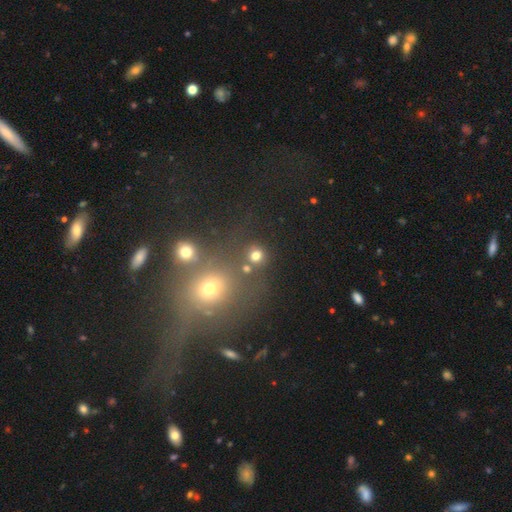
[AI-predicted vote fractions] The model was most divided on "smooth or featured": smooth: 76%, star or artifact: 18%, featured or disk: 6%. More confident: how rounded — round (88%); merging — none (75%).